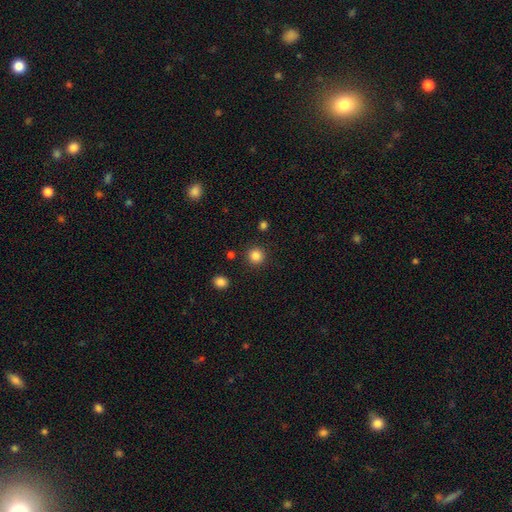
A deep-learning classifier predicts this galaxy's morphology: Smooth or featured?
  - smooth: 85% *
  - star or artifact: 11%
  - featured or disk: 3%
How rounded?
  - round: 94% *
  - in between: 5%
  - cigar-shaped: 1%
Merging?
  - none: 91% *
  - minor disturbance: 5%
  - merger: 2%
  - major disturbance: 2%